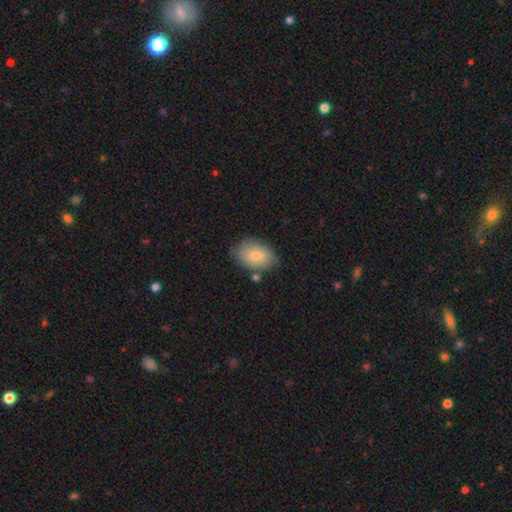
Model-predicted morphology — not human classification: Overall: smooth (75%). How rounded: in between (84%). Merging: none (69%).